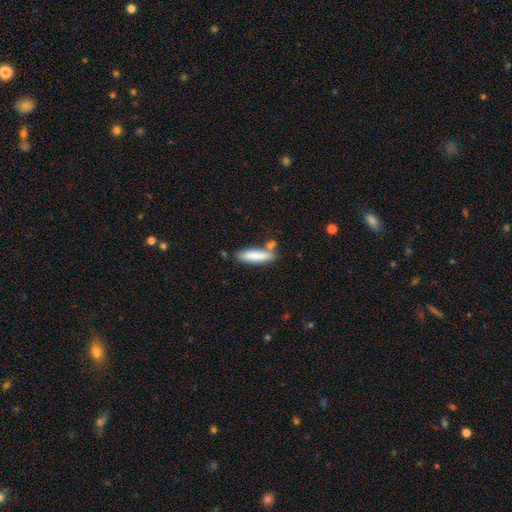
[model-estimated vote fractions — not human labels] Q: Smooth or featured?
A: smooth (82%); runner-up: featured or disk (12%)
Q: How rounded?
A: cigar-shaped (69%); runner-up: in between (29%)
Q: Merging?
A: none (67%); runner-up: minor disturbance (16%)